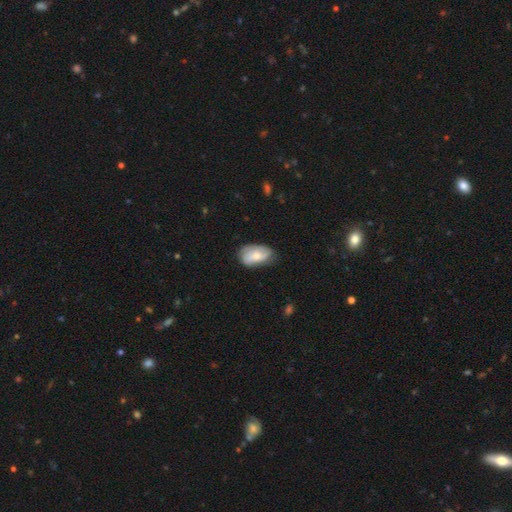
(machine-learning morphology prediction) smooth_or_featured: smooth (p=0.53) [alt: featured or disk p=0.40]
how_rounded: in between (p=0.91) [alt: round p=0.07]
merging: none (p=0.62) [alt: minor disturbance p=0.29]